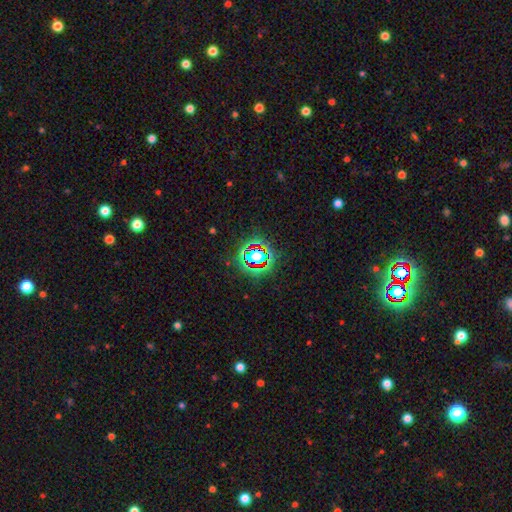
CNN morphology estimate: A star or artifact, not a galaxy (65%).